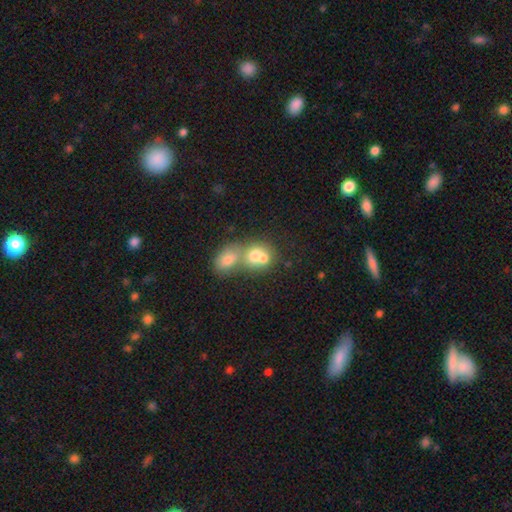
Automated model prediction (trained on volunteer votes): Smooth or featured?
  - smooth: 68% *
  - featured or disk: 21%
  - star or artifact: 11%
How rounded?
  - round: 60% *
  - in between: 39%
  - cigar-shaped: 1%
Merging?
  - merger: 69% *
  - none: 21%
  - minor disturbance: 6%
  - major disturbance: 4%